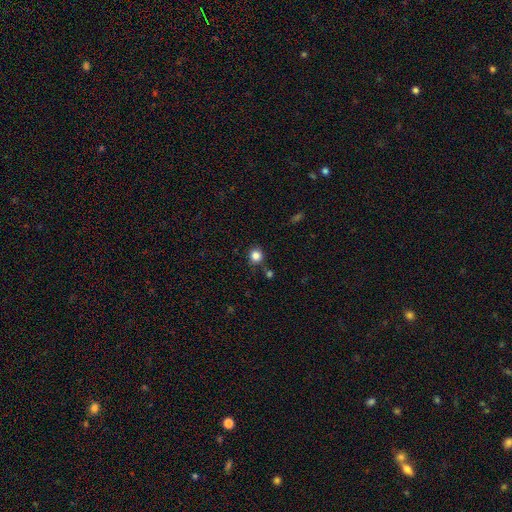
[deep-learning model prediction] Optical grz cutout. It shows a smooth galaxy with no disk features (83%) that is round (89%). Merging: none (82%).